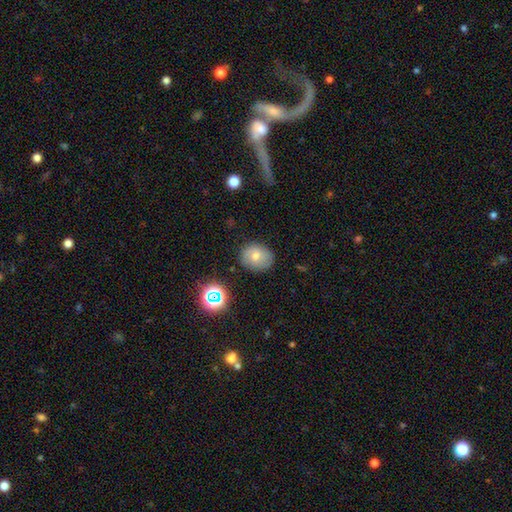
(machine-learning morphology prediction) smooth 55%, featured or disk 31%, star or artifact 14%. Down the decision tree: how rounded — round (62%); merging — none (77%).